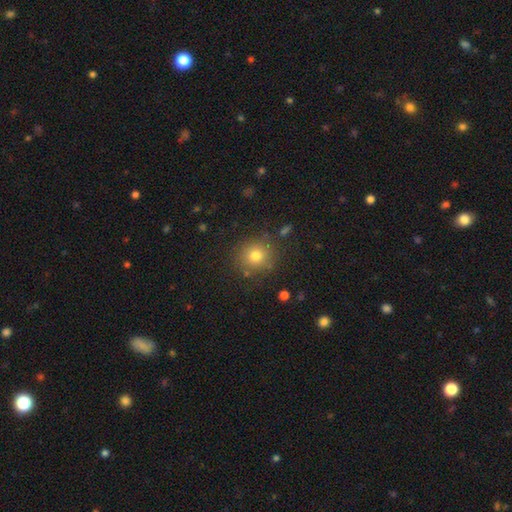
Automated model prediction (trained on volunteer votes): A smooth galaxy with no disk features (77%) that is round (89%). Merging: none (84%).